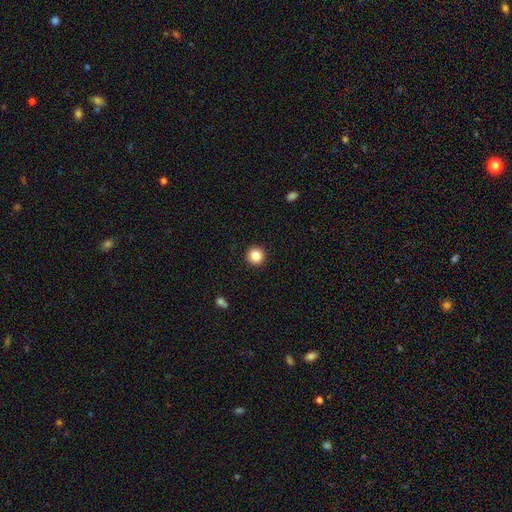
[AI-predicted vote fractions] Smooth or featured? smooth (86%)
How rounded? round (95%)
Merging? none (93%)